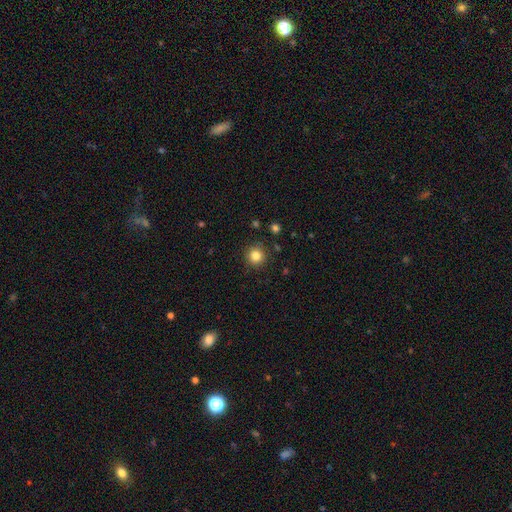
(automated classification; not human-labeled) smooth 83%, star or artifact 12%, featured or disk 5%. Down the decision tree: how rounded — round (94%); merging — none (90%).